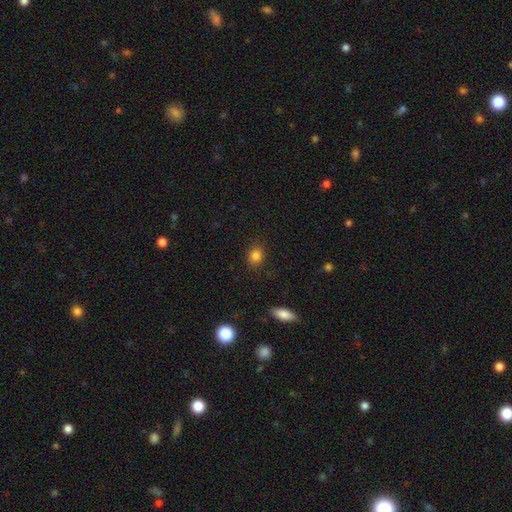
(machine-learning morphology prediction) A smooth galaxy with no disk features (84%) that is round (62%). Merging: none (85%).